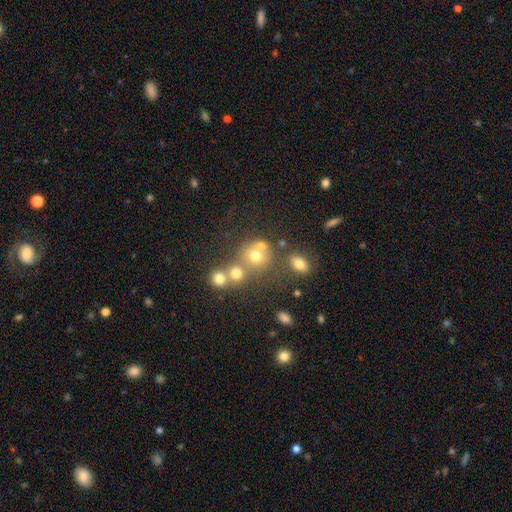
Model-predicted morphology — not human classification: Smooth or featured? Predicted: smooth (p=0.66). How rounded? Predicted: round (p=0.79). Merging? Predicted: none (p=0.48).